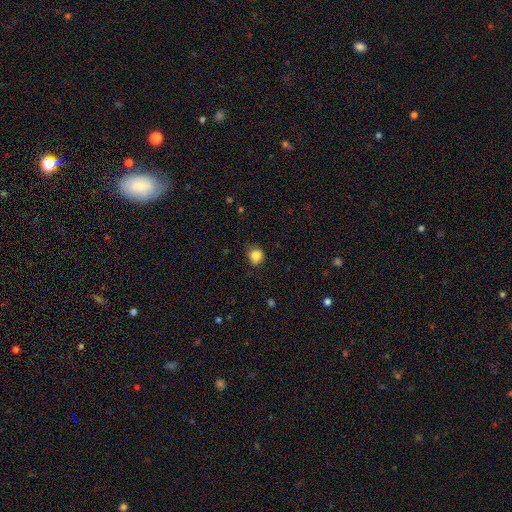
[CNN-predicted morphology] The model was most divided on "merging": none: 73%, minor disturbance: 22%, major disturbance: 4%, merger: 1%. More confident: smooth or featured — smooth (83%); how rounded — round (77%).